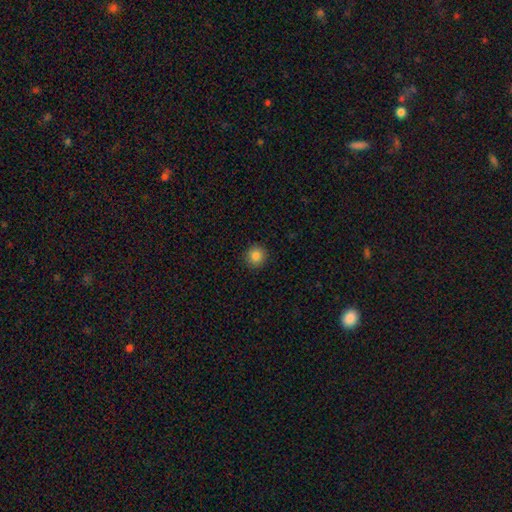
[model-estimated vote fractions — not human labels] smooth_or_featured: smooth (p=0.85) [alt: star or artifact p=0.10]
how_rounded: round (p=0.93) [alt: in between p=0.06]
merging: none (p=0.91) [alt: minor disturbance p=0.06]